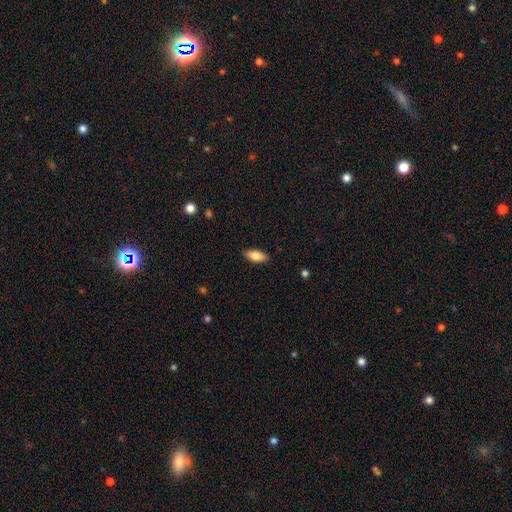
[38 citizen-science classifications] Overall: smooth (82%). How rounded: in between (100%). Merging: none (97%).